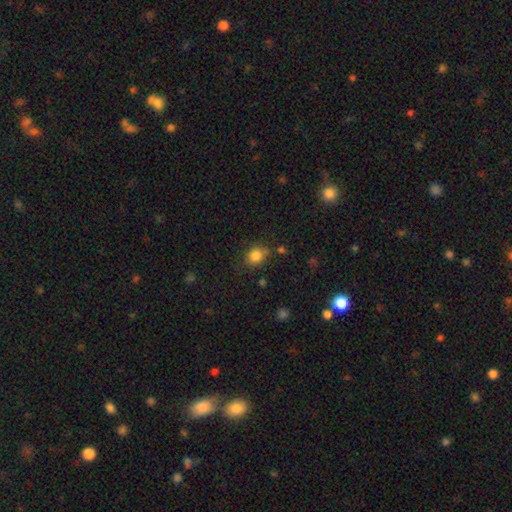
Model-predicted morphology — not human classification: Q: Smooth or featured?
A: smooth (84%); runner-up: star or artifact (11%)
Q: How rounded?
A: round (59%); runner-up: in between (40%)
Q: Merging?
A: none (72%); runner-up: minor disturbance (18%)